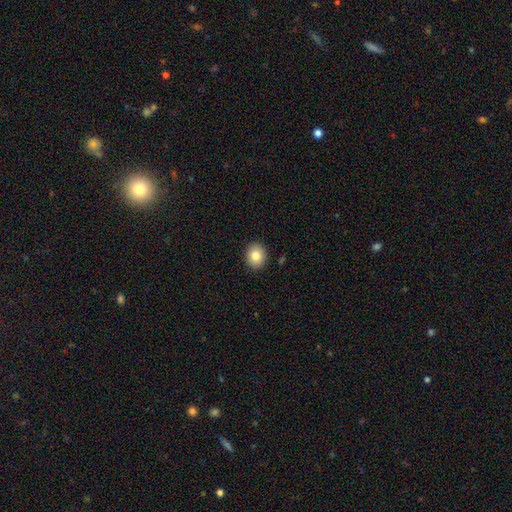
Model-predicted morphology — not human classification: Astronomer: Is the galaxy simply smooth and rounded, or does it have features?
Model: smooth — 82%.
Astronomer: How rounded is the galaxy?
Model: round — 70%.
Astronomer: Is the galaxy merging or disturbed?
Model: none — 91%.